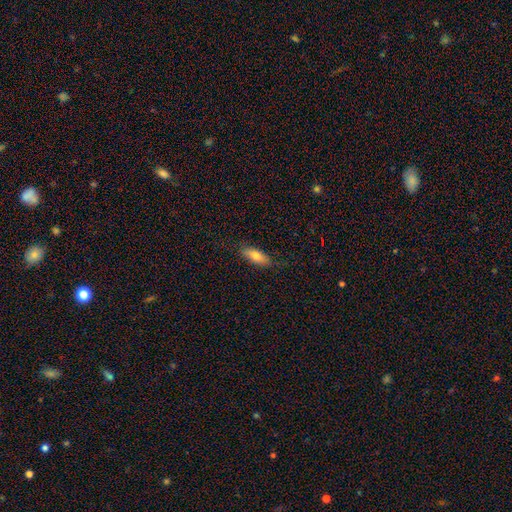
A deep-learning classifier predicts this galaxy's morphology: Q: Smooth or featured?
A: smooth (78%); runner-up: featured or disk (15%)
Q: How rounded?
A: in between (69%); runner-up: cigar-shaped (29%)
Q: Merging?
A: none (81%); runner-up: minor disturbance (14%)